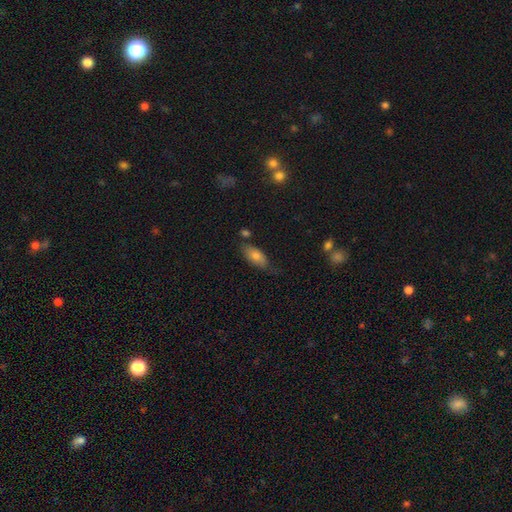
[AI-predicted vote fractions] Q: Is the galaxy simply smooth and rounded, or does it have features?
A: smooth — 76%.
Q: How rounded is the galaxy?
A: in between — 85%.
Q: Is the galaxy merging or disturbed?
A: none — 64%.